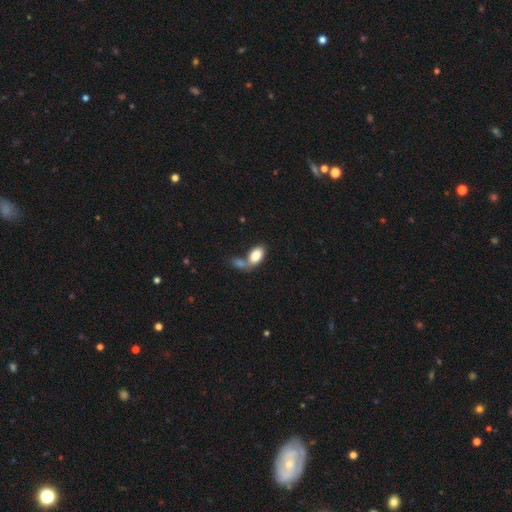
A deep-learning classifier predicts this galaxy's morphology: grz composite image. It shows a smooth galaxy with no disk features (83%) that is in between round and cigar-shaped (92%). Merging: merger (48%).